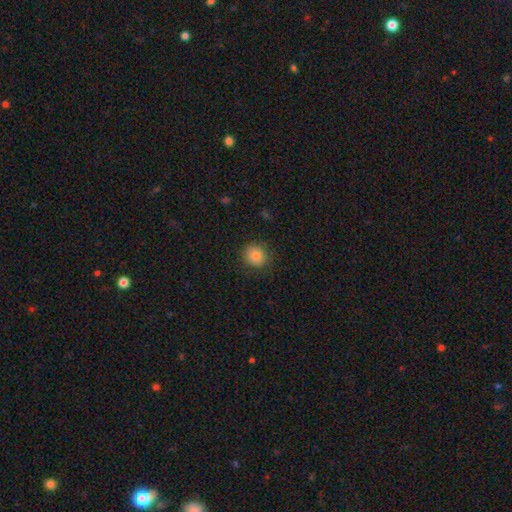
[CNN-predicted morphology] Smooth or featured?
  - smooth: 83% *
  - star or artifact: 10%
  - featured or disk: 7%
How rounded?
  - round: 87% *
  - in between: 12%
  - cigar-shaped: 1%
Merging?
  - none: 87% *
  - minor disturbance: 9%
  - major disturbance: 3%
  - merger: 1%